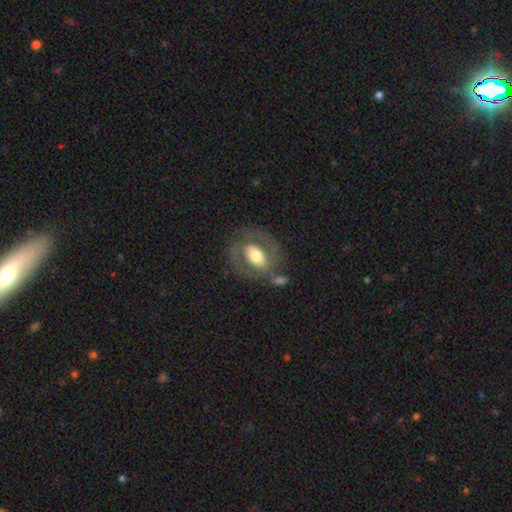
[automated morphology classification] Q: Smooth or featured?
A: featured or disk (62%); runner-up: smooth (32%)
Q: Edge-on disk?
A: no (94%); runner-up: yes (6%)
Q: Bar?
A: no (41%); runner-up: weak (32%)
Q: Spiral arms?
A: no (51%); runner-up: yes (49%)
Q: Bulge size?
A: moderate (58%); runner-up: large (30%)
Q: Merging?
A: none (61%); runner-up: minor disturbance (17%)